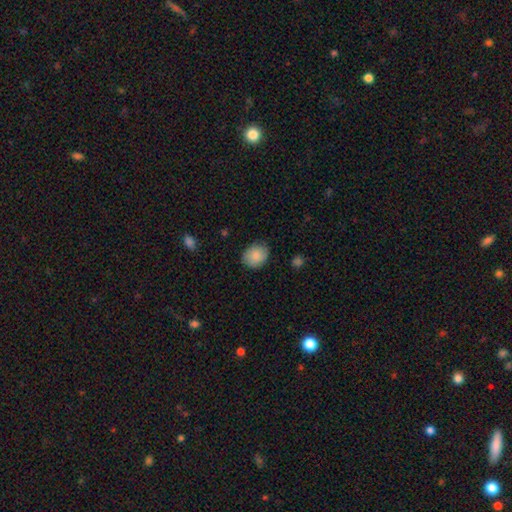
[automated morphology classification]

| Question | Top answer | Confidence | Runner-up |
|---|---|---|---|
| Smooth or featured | smooth | 85% | featured or disk (8%) |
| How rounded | round | 50% | in between (49%) |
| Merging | none | 80% | minor disturbance (16%) |